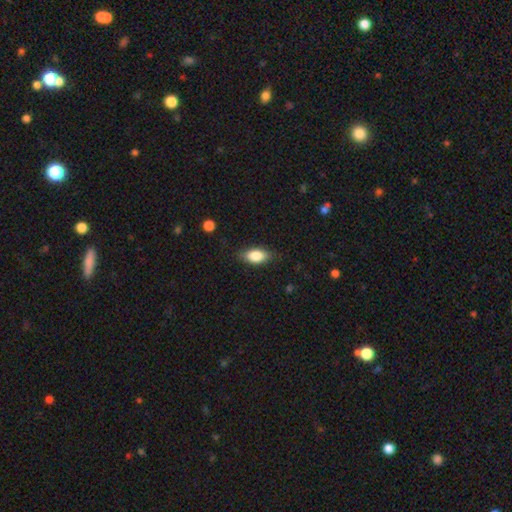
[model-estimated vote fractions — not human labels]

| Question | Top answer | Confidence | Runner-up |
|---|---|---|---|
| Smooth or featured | smooth | 83% | featured or disk (10%) |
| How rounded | in between | 88% | cigar-shaped (7%) |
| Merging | none | 81% | minor disturbance (14%) |